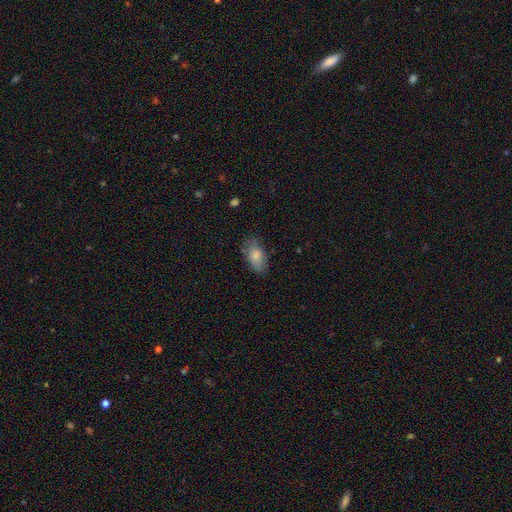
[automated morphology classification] Smooth or featured: smooth — 81% (featured or disk — 12%)
How rounded: in between — 91% (round — 5%)
Merging: none — 70% (minor disturbance — 22%)